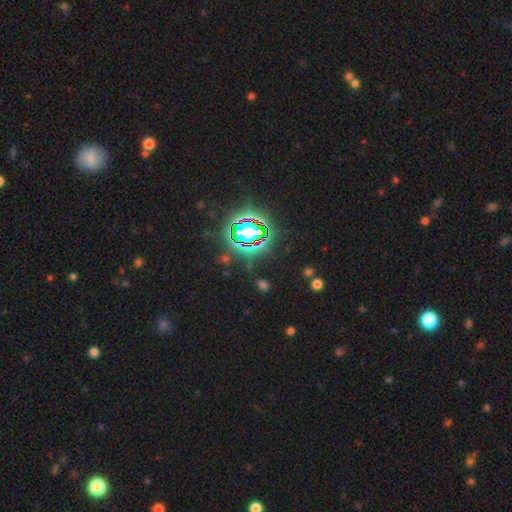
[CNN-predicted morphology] This appears to be a star or artifact, not a galaxy (79%).